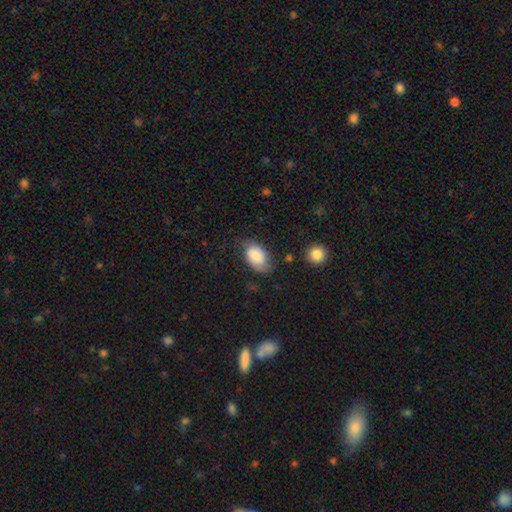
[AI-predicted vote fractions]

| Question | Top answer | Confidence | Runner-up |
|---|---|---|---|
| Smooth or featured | smooth | 69% | featured or disk (24%) |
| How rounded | in between | 89% | round (10%) |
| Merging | none | 59% | minor disturbance (28%) |